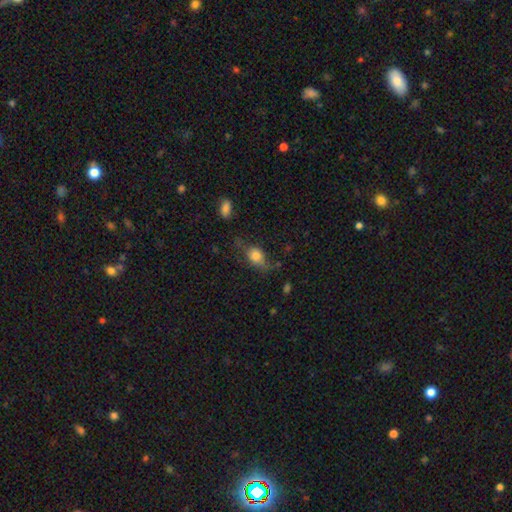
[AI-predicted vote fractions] smooth 77%, featured or disk 14%, star or artifact 10%. Down the decision tree: how rounded — in between (64%); merging — none (48%).